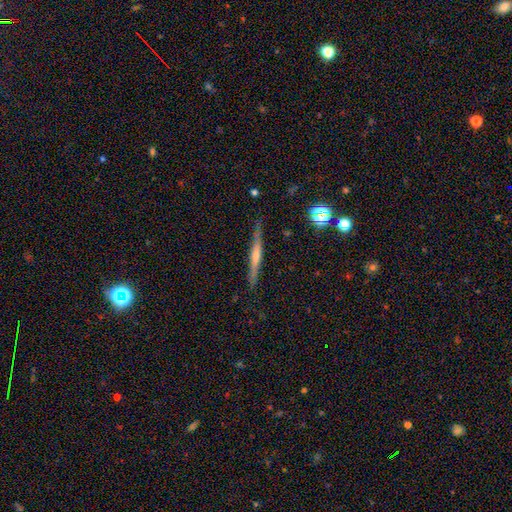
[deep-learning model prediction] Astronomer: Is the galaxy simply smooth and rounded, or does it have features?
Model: featured or disk — 64%.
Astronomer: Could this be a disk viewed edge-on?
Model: yes — 97%.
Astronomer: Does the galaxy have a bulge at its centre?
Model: rounded — 58%.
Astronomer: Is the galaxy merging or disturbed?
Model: none — 87%.